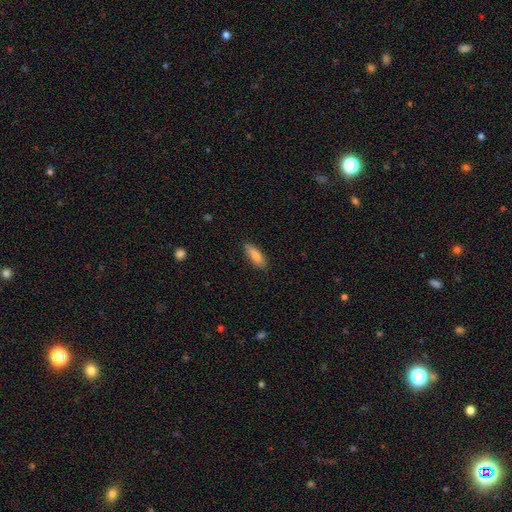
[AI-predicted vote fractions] Smooth or featured? smooth (79%)
How rounded? in between (55%)
Merging? none (82%)